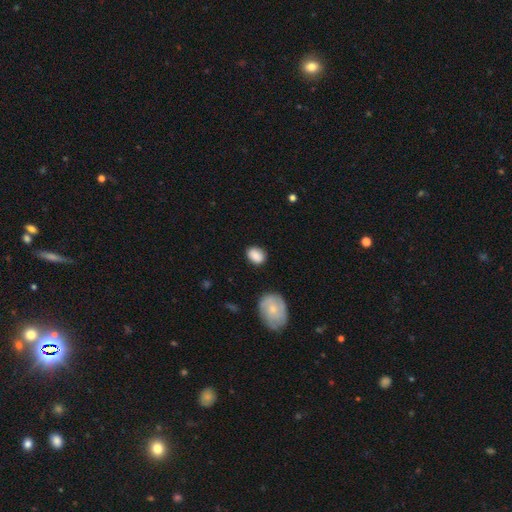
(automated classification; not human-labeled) Morphology: type=smooth (85%); roundness=in between (68%); merging=none (79%).